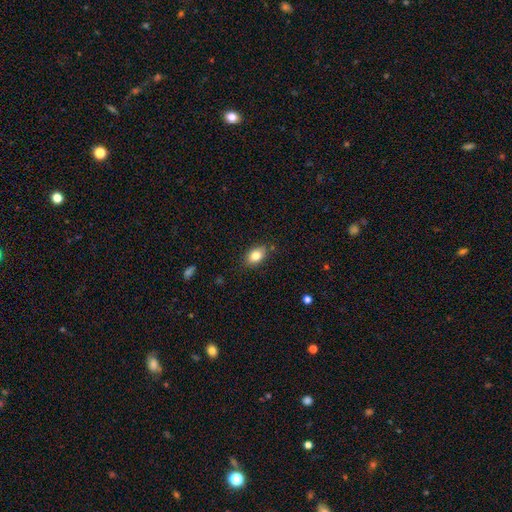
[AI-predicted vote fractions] Overall: smooth (82%). How rounded: in between (82%). Merging: none (82%).